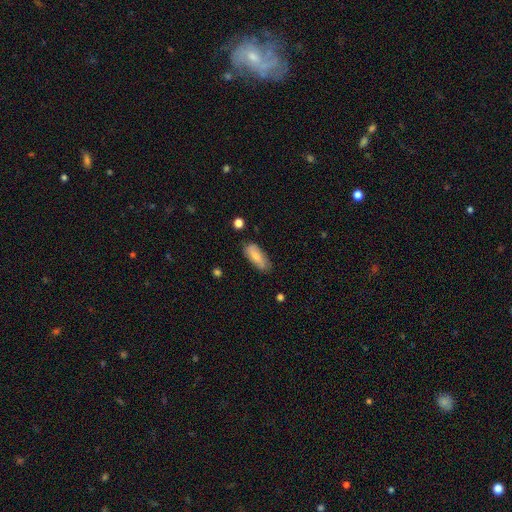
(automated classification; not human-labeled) smooth_or_featured: smooth (p=0.69) [alt: featured or disk p=0.25]
how_rounded: in between (p=0.75) [alt: cigar-shaped p=0.22]
merging: none (p=0.74) [alt: minor disturbance p=0.20]